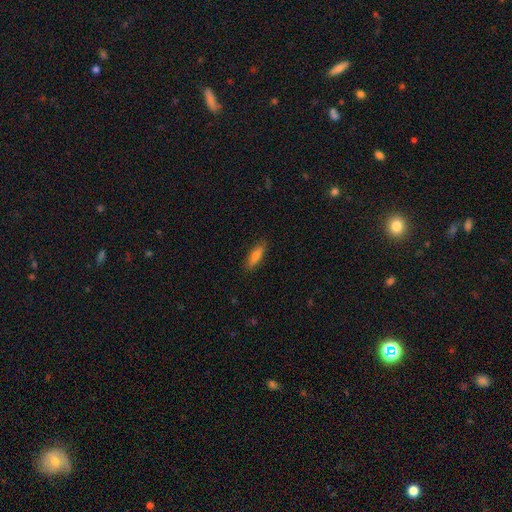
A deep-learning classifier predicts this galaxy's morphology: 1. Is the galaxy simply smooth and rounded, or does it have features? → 74% smooth, 18% featured or disk, 8% star or artifact.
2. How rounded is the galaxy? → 54% cigar-shaped, 44% in between, 2% round.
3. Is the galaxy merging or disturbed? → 87% none, 10% minor disturbance, 2% major disturbance, 1% merger.